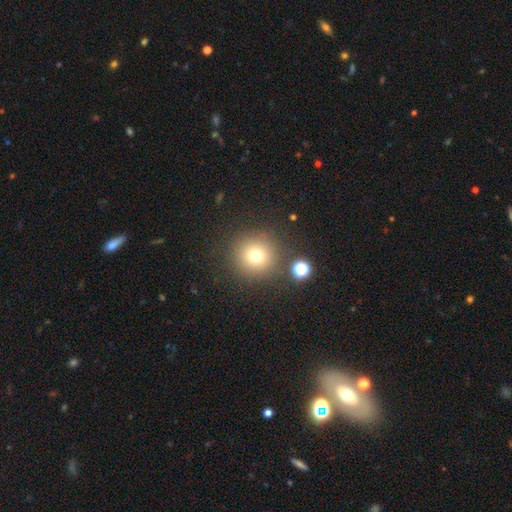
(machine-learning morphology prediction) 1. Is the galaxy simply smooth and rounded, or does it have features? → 73% smooth, 17% star or artifact, 10% featured or disk.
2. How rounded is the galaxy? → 95% round, 4% in between, 1% cigar-shaped.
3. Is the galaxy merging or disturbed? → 85% none, 7% minor disturbance, 4% merger, 4% major disturbance.